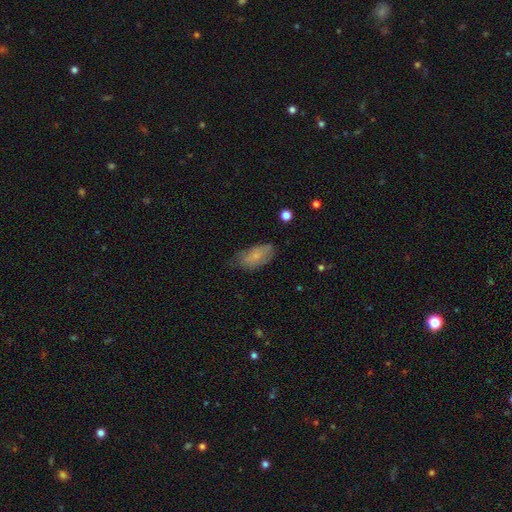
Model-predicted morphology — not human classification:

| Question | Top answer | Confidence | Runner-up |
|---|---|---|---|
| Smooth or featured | smooth | 73% | featured or disk (20%) |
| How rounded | in between | 91% | cigar-shaped (5%) |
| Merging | none | 61% | minor disturbance (29%) |